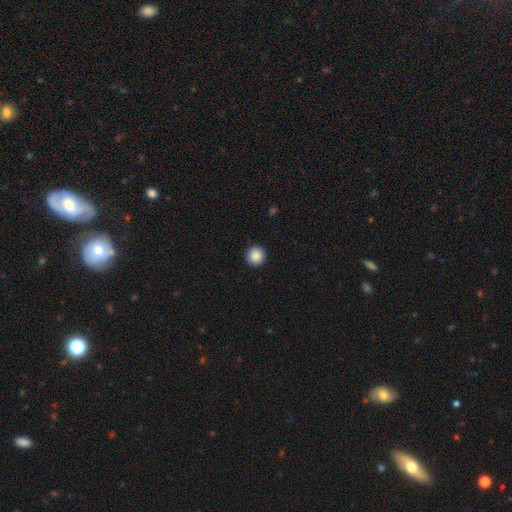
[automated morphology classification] A smooth galaxy with no disk features (89%) that is round (93%). Merging: none (92%).